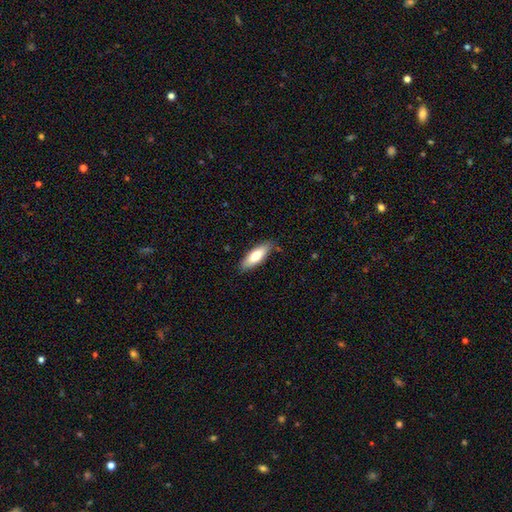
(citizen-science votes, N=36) Overall: smooth (81%). How rounded: in between (69%; cigar-shaped 31%). Merging: none (79%).